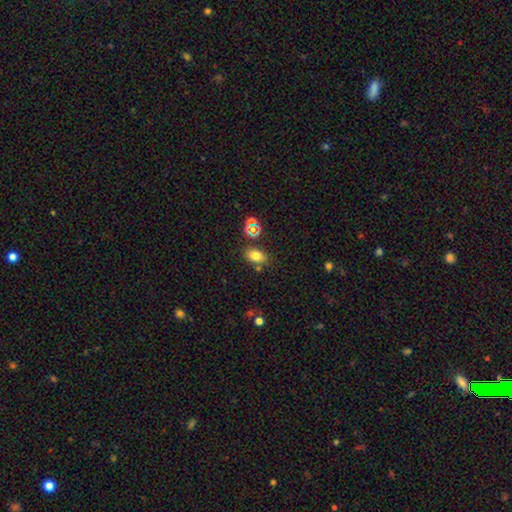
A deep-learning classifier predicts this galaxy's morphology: smooth-or-featured: smooth: 77% | star or artifact: 14% | featured or disk: 9%
  how-rounded: in between: 78% | round: 20% | cigar-shaped: 2%
  merging: none: 76% | minor disturbance: 12% | merger: 9% | major disturbance: 3%